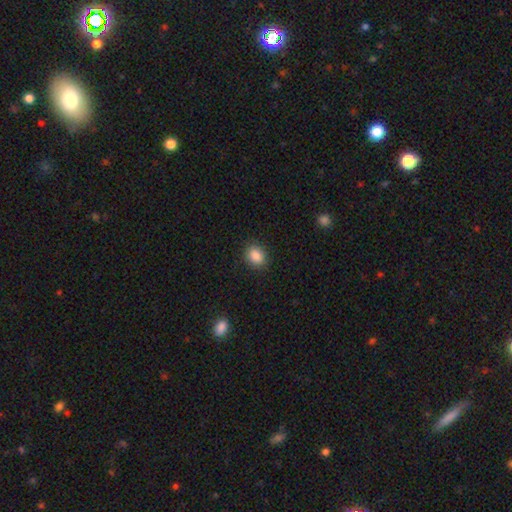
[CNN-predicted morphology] Q: Smooth or featured?
A: smooth (87%); runner-up: star or artifact (9%)
Q: How rounded?
A: round (55%); runner-up: in between (44%)
Q: Merging?
A: none (89%); runner-up: minor disturbance (8%)